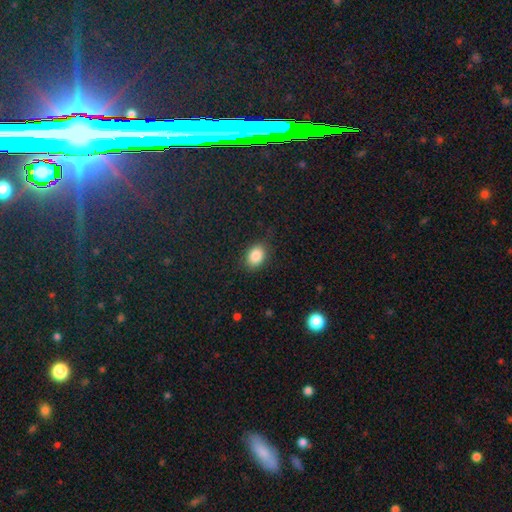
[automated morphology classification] smooth_or_featured: smooth (p=0.86) [alt: star or artifact p=0.09]
how_rounded: in between (p=0.73) [alt: round p=0.26]
merging: none (p=0.82) [alt: minor disturbance p=0.13]